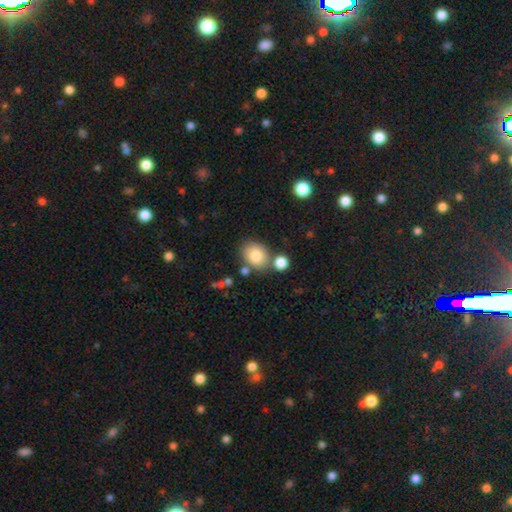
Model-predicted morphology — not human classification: Smooth or featured? Predicted: smooth (p=0.80). How rounded? Predicted: in between (p=0.55). Merging? Predicted: none (p=0.69).